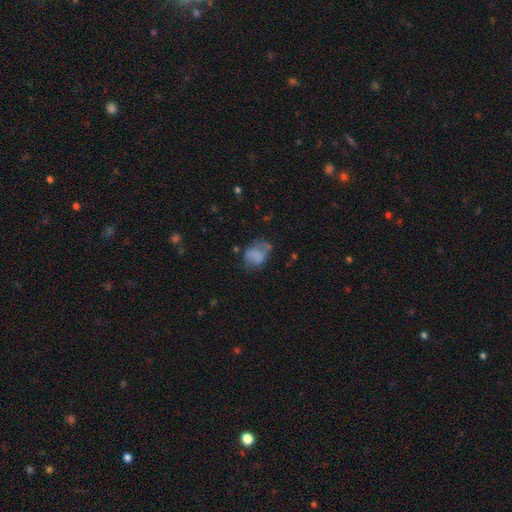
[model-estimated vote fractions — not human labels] Overall: smooth (58%; featured or disk 31%). How rounded: in between (64%; round 34%). Merging: none (41%; minor disturbance 30%).